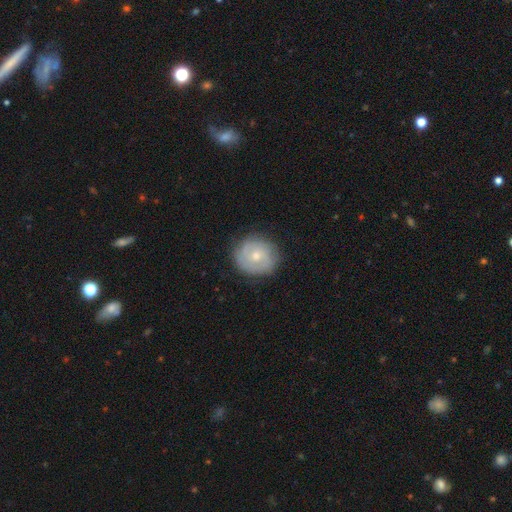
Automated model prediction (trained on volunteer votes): smooth-or-featured: featured or disk: 51% | smooth: 43% | star or artifact: 7%
  disk-edge-on: no: 97% | yes: 3%
  merging: none: 81% | minor disturbance: 14% | major disturbance: 4% | merger: 1%